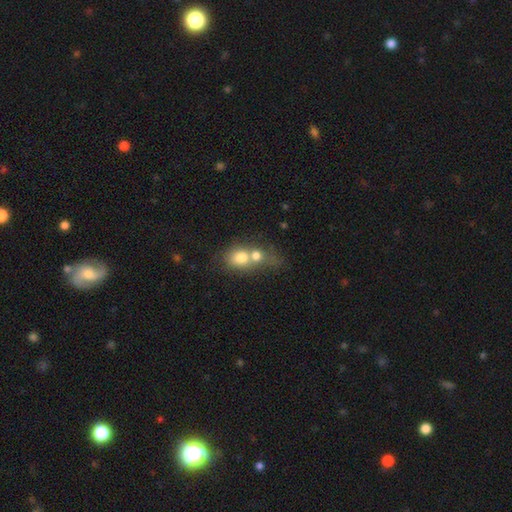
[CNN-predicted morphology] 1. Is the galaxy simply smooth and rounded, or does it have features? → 69% smooth, 20% featured or disk, 11% star or artifact.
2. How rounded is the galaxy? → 53% round, 44% in between, 3% cigar-shaped.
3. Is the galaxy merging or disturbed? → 70% merger, 19% none, 6% minor disturbance, 5% major disturbance.